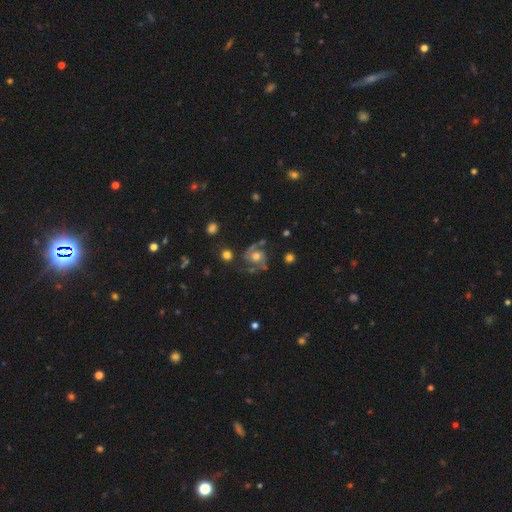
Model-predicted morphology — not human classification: featured or disk 79%, smooth 13%, star or artifact 8%. Down the decision tree: edge-on disk — no (98%); bar — no (66%); spiral arms — yes (94%); spiral arm count — 2 (87%); spiral winding — medium (54%); bulge size — moderate (67%); merging — none (63%).